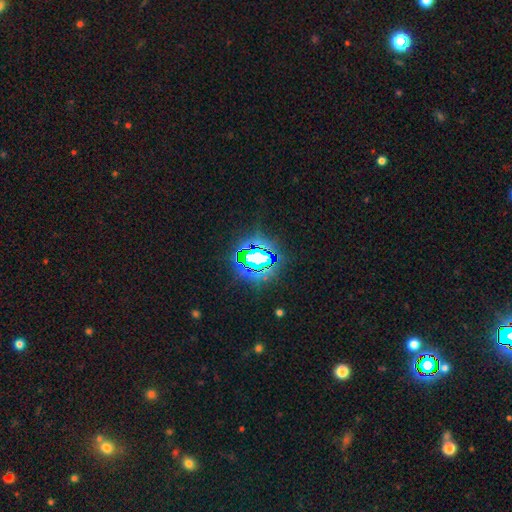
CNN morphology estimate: This appears to be a star or artifact, not a galaxy (76%).